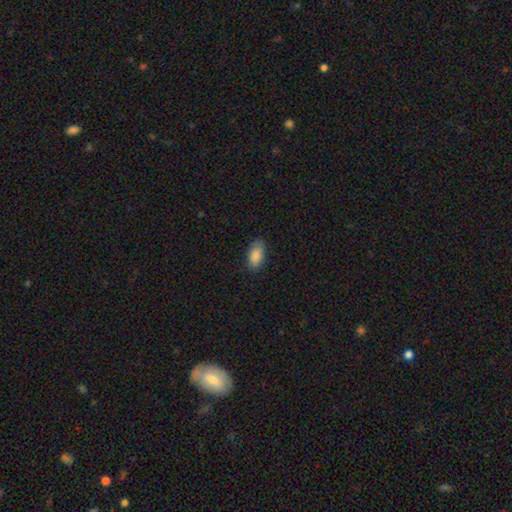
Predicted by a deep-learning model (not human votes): smooth_or_featured: smooth (p=0.87) [alt: star or artifact p=0.07]
how_rounded: in between (p=0.92) [alt: cigar-shaped p=0.05]
merging: none (p=0.83) [alt: minor disturbance p=0.14]